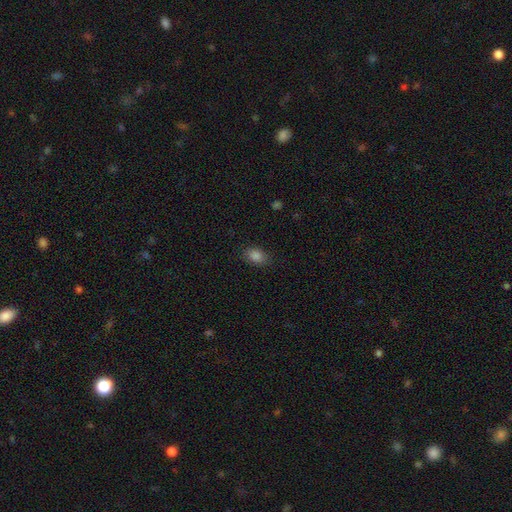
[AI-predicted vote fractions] Smooth or featured? Predicted: smooth (p=0.85). How rounded? Predicted: in between (p=0.83). Merging? Predicted: none (p=0.83).